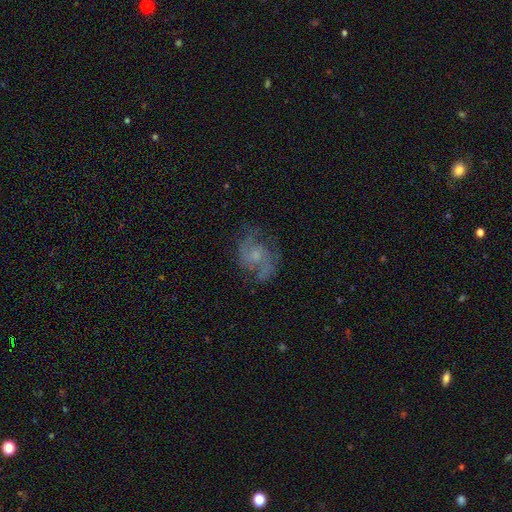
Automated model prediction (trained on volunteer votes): smooth-or-featured: featured or disk: 72% | smooth: 17% | star or artifact: 10%
  disk-edge-on: no: 97% | yes: 3%
    bar: no: 67% | weak: 29% | strong: 4%
    has-spiral-arms: yes: 89% | no: 11%
      spiral-winding: medium: 50% | loose: 30% | tight: 19%
      spiral-arm-count: 2: 74% | can't tell: 13% | 3: 6% | 1: 3% | 4: 2% | more than 4: 2%
    bulge-size: small: 56% | moderate: 29% | none: 12% | large: 3% | dominant: 1%
  merging: none: 66% | minor disturbance: 19% | major disturbance: 13% | merger: 2%